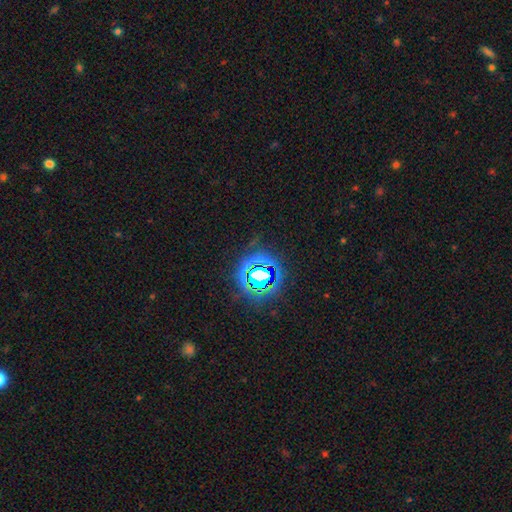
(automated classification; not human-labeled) Smooth or featured: star or artifact — 78% (smooth — 16%)